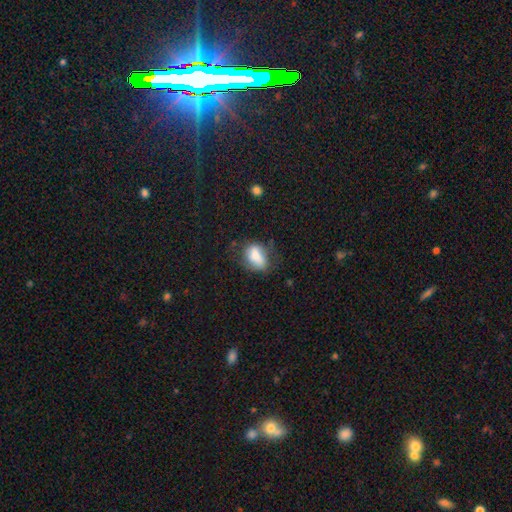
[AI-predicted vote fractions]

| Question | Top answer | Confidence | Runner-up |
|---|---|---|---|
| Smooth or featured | smooth | 72% | featured or disk (20%) |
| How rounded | in between | 78% | round (19%) |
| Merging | none | 49% | minor disturbance (31%) |